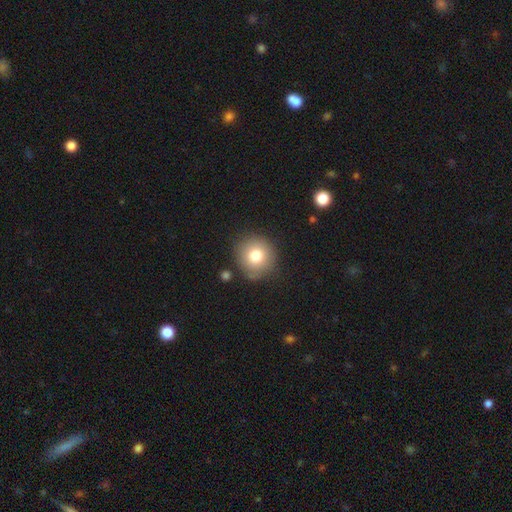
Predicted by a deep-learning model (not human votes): Overall: smooth (77%). How rounded: round (92%). Merging: none (83%).